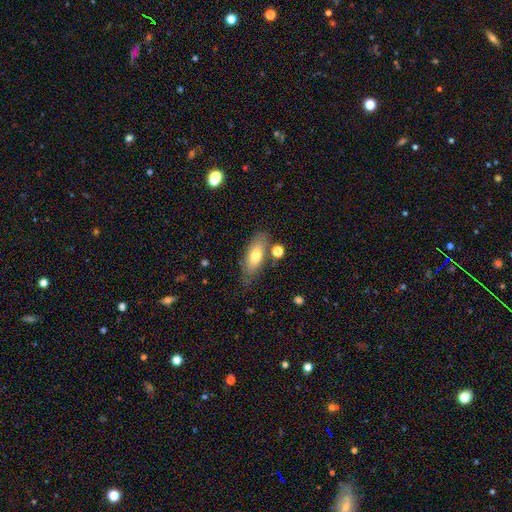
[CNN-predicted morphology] Smooth or featured?
  - smooth: 68% *
  - featured or disk: 25%
  - star or artifact: 7%
How rounded?
  - in between: 77% *
  - cigar-shaped: 19%
  - round: 3%
Merging?
  - none: 71% *
  - minor disturbance: 17%
  - merger: 7%
  - major disturbance: 5%